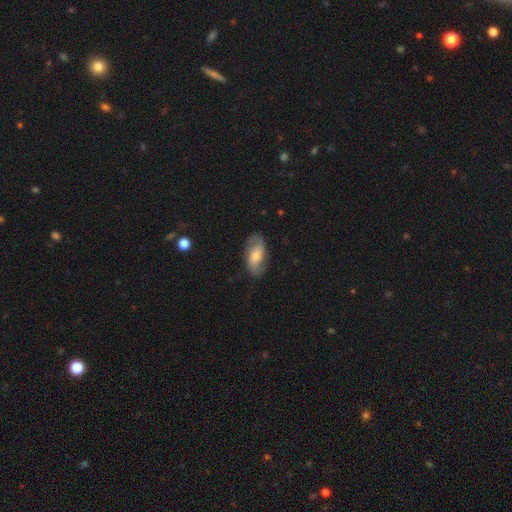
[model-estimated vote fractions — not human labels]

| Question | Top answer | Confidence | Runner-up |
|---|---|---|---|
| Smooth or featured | featured or disk | 58% | smooth (35%) |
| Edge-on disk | no | 93% | yes (7%) |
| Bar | no | 46% | weak (39%) |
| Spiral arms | yes | 85% | no (15%) |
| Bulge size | moderate | 54% | small (37%) |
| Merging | none | 79% | minor disturbance (15%) |